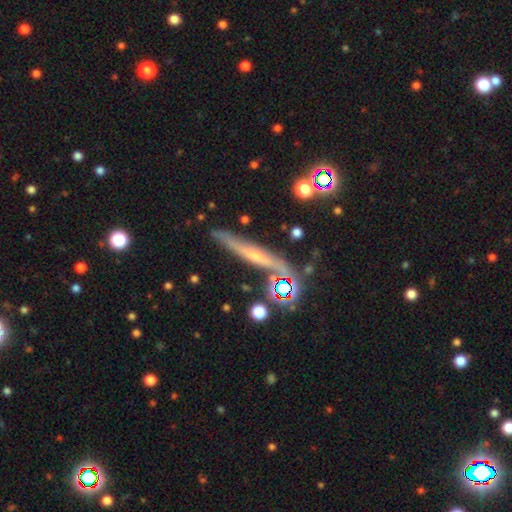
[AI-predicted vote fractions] A featured or disk galaxy (67%) viewed edge-on (85%) with a rounded central bulge (58%).

Vote fractions:
- Smooth or featured? featured or disk: 67% / smooth: 19% / star or artifact: 14%
- Edge-on disk? yes: 85% / no: 15%
- Edge-on bulge? rounded: 58% / none: 36% / boxy: 6%
- Merging? none: 69% / minor disturbance: 17% / merger: 8% / major disturbance: 6%